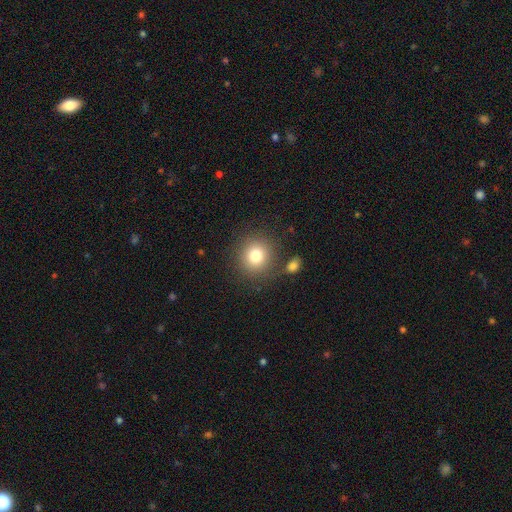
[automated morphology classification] Overall: smooth (79%). How rounded: round (89%). Merging: none (81%).